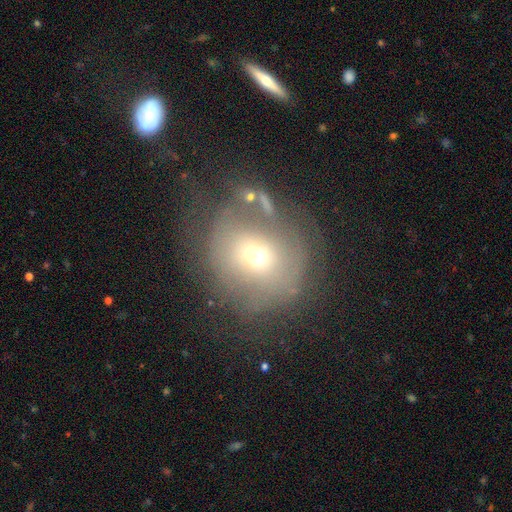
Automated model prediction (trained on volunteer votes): Q: Smooth or featured?
A: smooth (53%); runner-up: featured or disk (32%)
Q: How rounded?
A: round (82%); runner-up: in between (17%)
Q: Merging?
A: none (51%); runner-up: minor disturbance (22%)